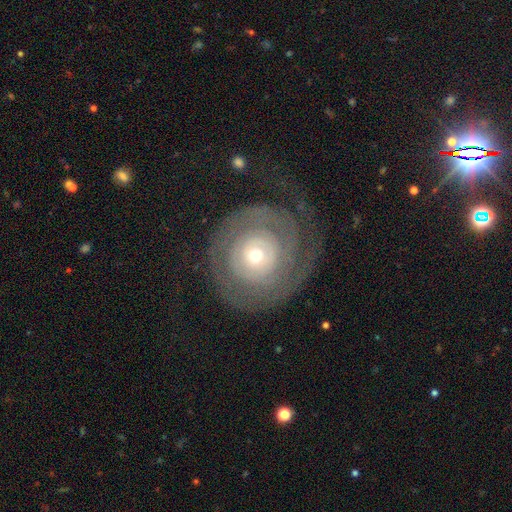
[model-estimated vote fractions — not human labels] smooth_or_featured: featured or disk (p=0.72) [alt: smooth p=0.22]
disk_edge_on: no (p=0.96) [alt: yes p=0.04]
bar: no (p=0.83) [alt: weak p=0.13]
has_spiral_arms: yes (p=0.72) [alt: no p=0.28]
bulge_size: moderate (p=0.47) [alt: small p=0.44]
merging: none (p=0.71) [alt: minor disturbance p=0.14]